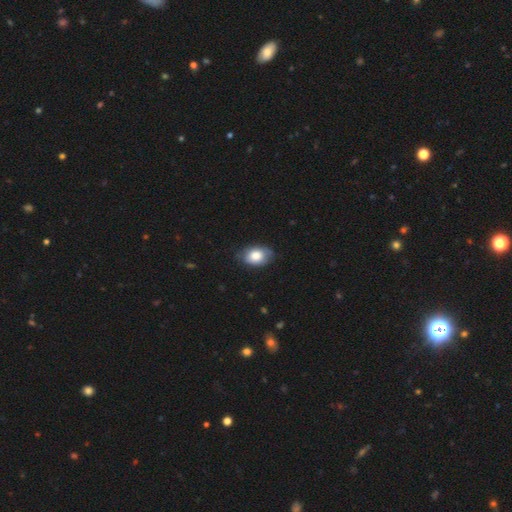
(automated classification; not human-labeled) Overall: smooth (80%). How rounded: in between (81%). Merging: none (74%).